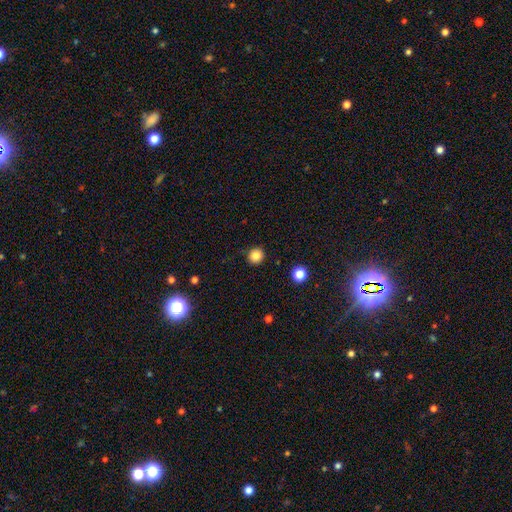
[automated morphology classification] Smooth or featured?
  - smooth: 83% *
  - star or artifact: 12%
  - featured or disk: 5%
How rounded?
  - round: 92% *
  - in between: 7%
  - cigar-shaped: 1%
Merging?
  - none: 89% *
  - minor disturbance: 8%
  - major disturbance: 2%
  - merger: 2%